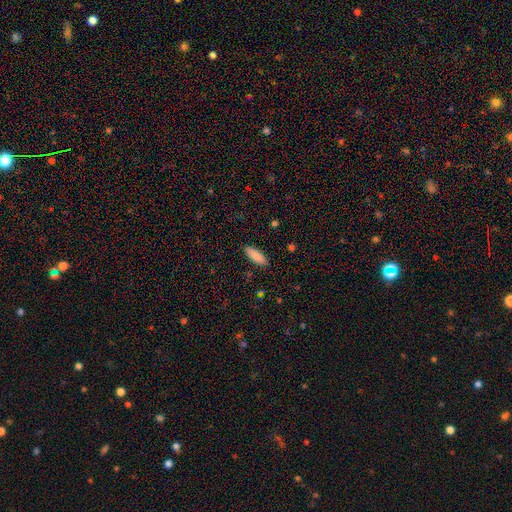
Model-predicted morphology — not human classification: The model was most divided on "how rounded": in between: 57%, cigar-shaped: 41%, round: 2%. More confident: merging — none (89%); smooth or featured — smooth (87%).